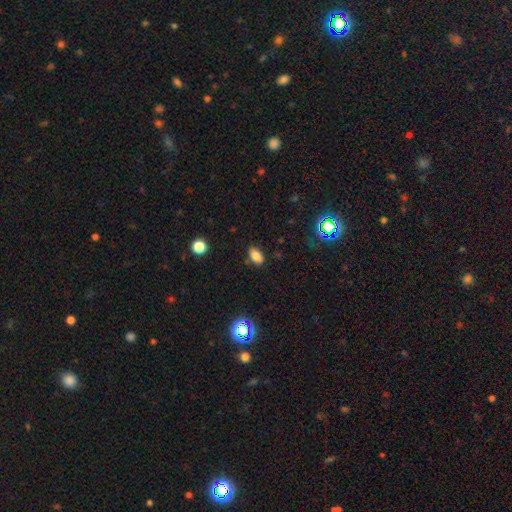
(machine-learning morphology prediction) Smooth or featured? smooth (78%)
How rounded? in between (89%)
Merging? none (83%)